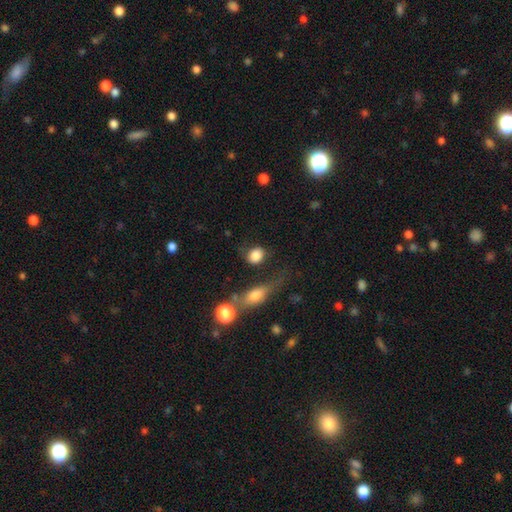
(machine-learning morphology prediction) Smooth or featured: smooth — 82% (featured or disk — 10%)
How rounded: round — 58% (in between — 40%)
Merging: none — 61% (minor disturbance — 20%)